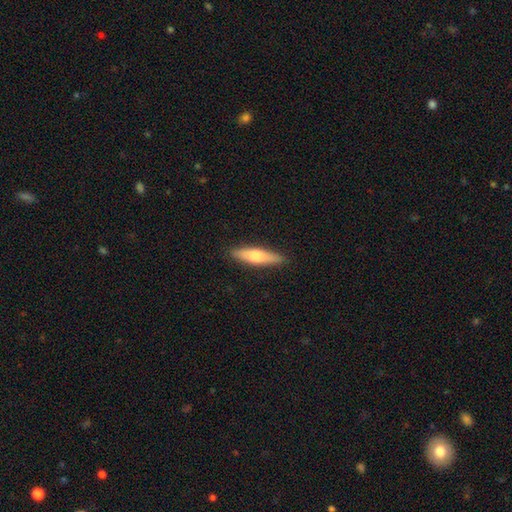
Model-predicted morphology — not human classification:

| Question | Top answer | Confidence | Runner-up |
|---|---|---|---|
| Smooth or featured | smooth | 58% | featured or disk (37%) |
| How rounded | cigar-shaped | 78% | in between (21%) |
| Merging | none | 89% | minor disturbance (8%) |